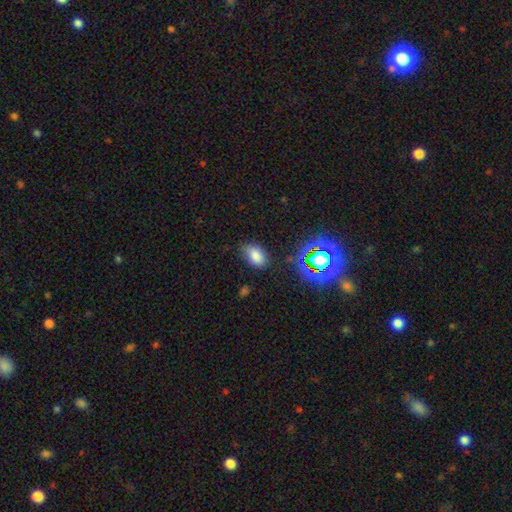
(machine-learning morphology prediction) Smooth or featured?
  - smooth: 77% *
  - star or artifact: 16%
  - featured or disk: 7%
How rounded?
  - in between: 86% *
  - round: 13%
  - cigar-shaped: 1%
Merging?
  - none: 75% *
  - minor disturbance: 18%
  - major disturbance: 5%
  - merger: 2%